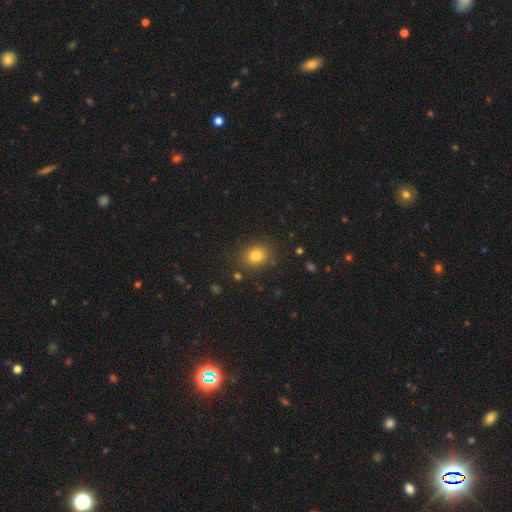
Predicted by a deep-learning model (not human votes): Smooth or featured?
  - smooth: 82% *
  - star or artifact: 12%
  - featured or disk: 6%
How rounded?
  - round: 60% *
  - in between: 39%
  - cigar-shaped: 1%
Merging?
  - none: 84% *
  - minor disturbance: 10%
  - major disturbance: 4%
  - merger: 3%